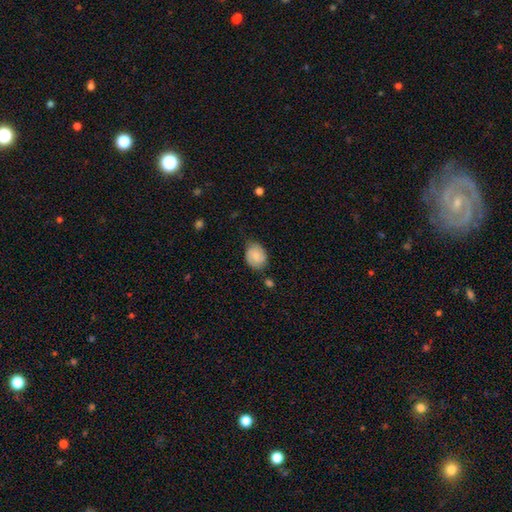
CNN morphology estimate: The model was most divided on "how rounded": in between: 58%, round: 41%, cigar-shaped: 1%. More confident: merging — none (68%); smooth or featured — smooth (65%).